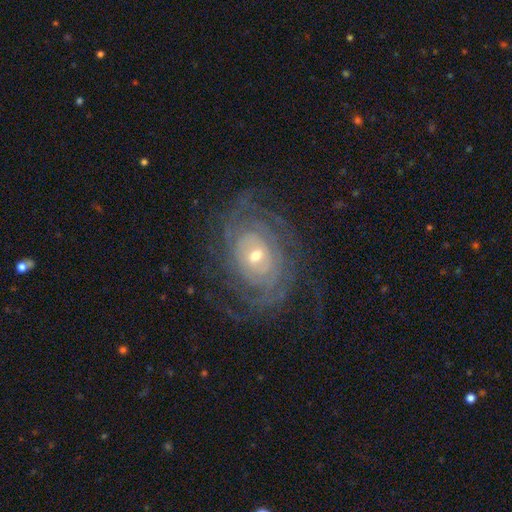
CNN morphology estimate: type=featured or disk (87%); edge-on=no (96%); bar=no (65%); spiral arms=yes (95%); winding=tight (74%); arm count=can't tell (36%); bulge=small (54%); merging=none (74%).